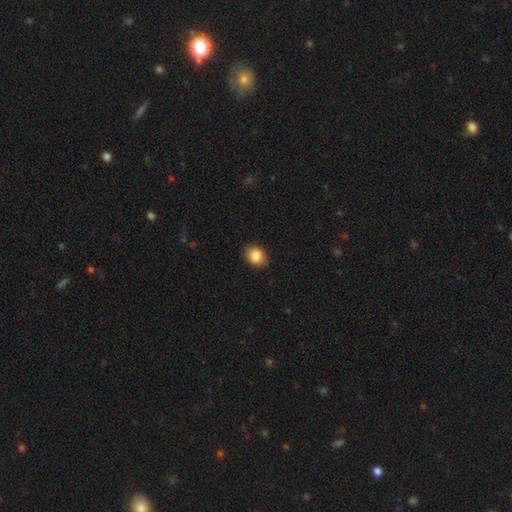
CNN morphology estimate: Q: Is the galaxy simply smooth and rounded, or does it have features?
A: smooth — 86%.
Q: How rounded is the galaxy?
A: in between — 61%.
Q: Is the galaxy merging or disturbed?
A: none — 90%.